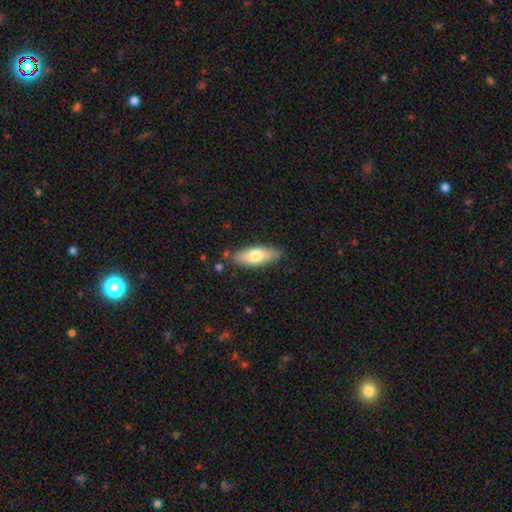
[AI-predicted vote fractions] smooth_or_featured: smooth (p=0.71) [alt: featured or disk p=0.23]
how_rounded: in between (p=0.64) [alt: cigar-shaped p=0.34]
merging: none (p=0.82) [alt: minor disturbance p=0.13]